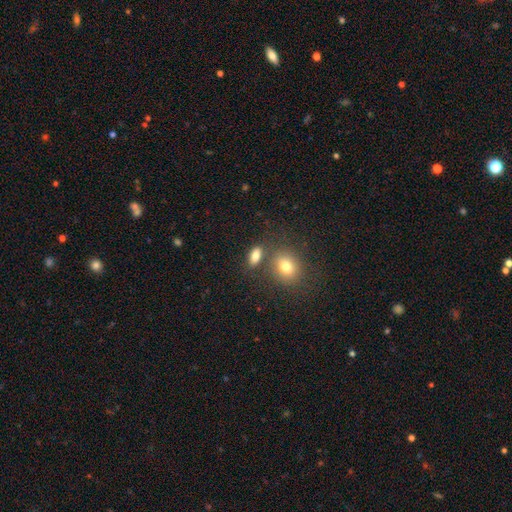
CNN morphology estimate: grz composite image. It shows a smooth galaxy with no disk features (81%) that is in between round and cigar-shaped (82%). Merging: none (70%).